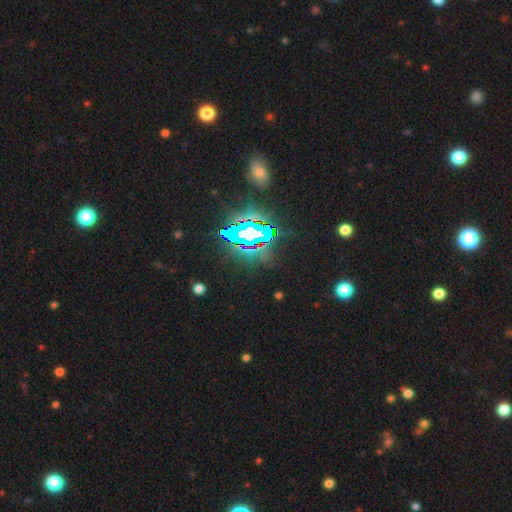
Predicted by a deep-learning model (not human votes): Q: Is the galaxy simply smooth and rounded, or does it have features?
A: star or artifact — 78%.